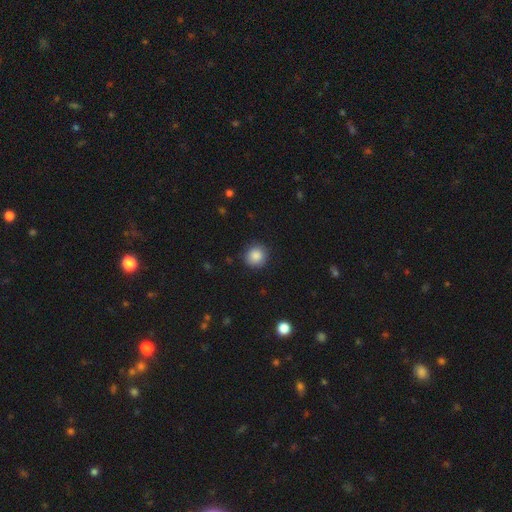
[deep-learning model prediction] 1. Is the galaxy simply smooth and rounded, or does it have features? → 87% smooth, 9% star or artifact, 4% featured or disk.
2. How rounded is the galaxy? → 91% round, 8% in between, 1% cigar-shaped.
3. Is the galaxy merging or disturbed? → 89% none, 8% minor disturbance, 2% major disturbance, 1% merger.